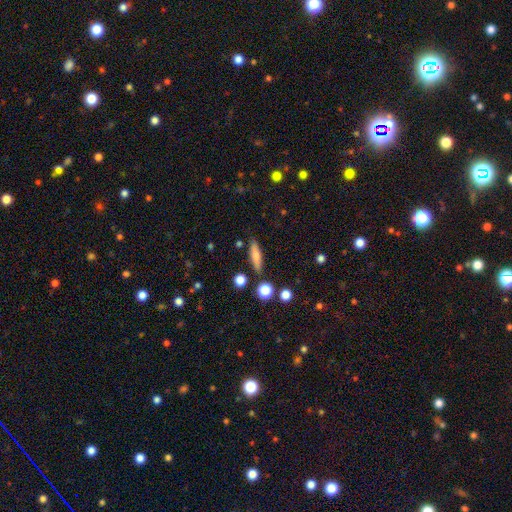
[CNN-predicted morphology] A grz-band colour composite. It shows a smooth galaxy with no disk features (71%) that is cigar-shaped (74%). Merging: none (83%).